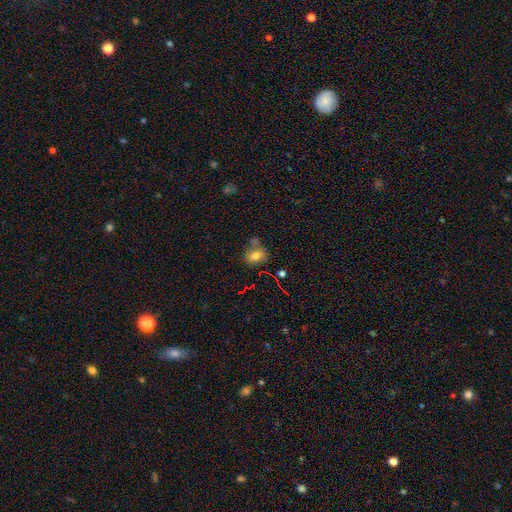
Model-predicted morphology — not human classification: This appears to be a smooth galaxy with no disk features (75%) that is in between round and cigar-shaped (50%). Merging: none (56%).